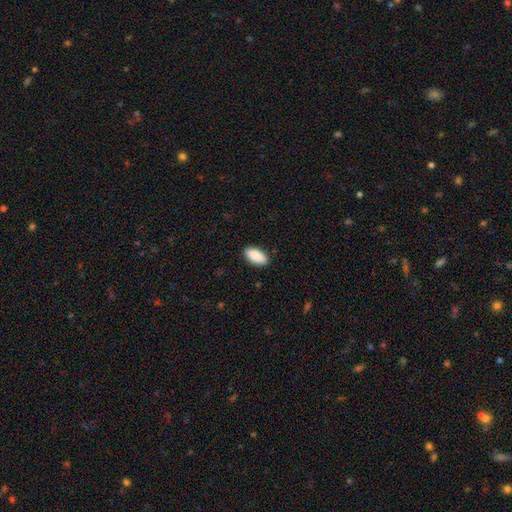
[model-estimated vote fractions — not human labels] This appears to be a smooth galaxy with no disk features (89%) that is in between round and cigar-shaped (91%). Merging: none (89%).